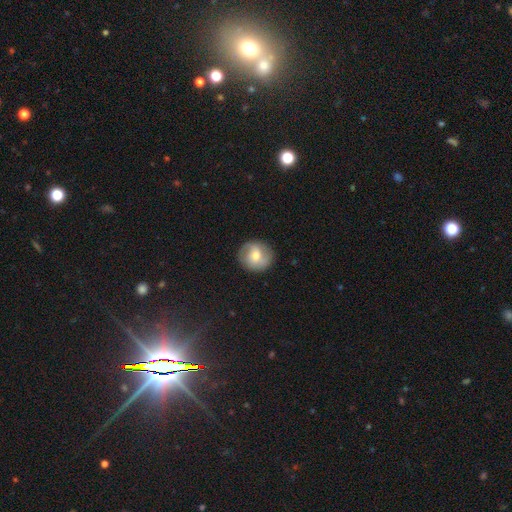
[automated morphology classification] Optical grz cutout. It shows a smooth galaxy with no disk features (49%). Merging: none (85%).